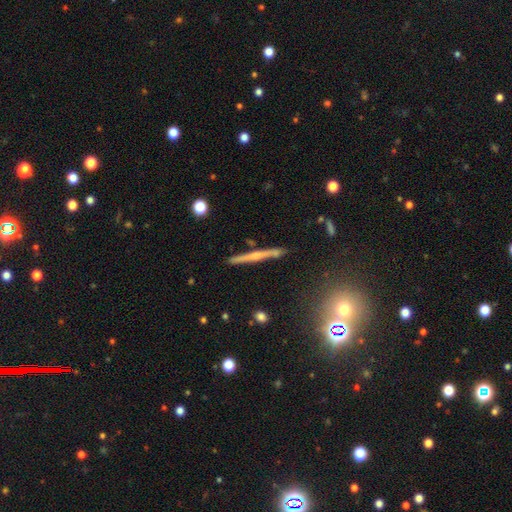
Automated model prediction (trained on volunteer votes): Q: Smooth or featured?
A: featured or disk (59%); runner-up: smooth (31%)
Q: Edge-on disk?
A: yes (97%); runner-up: no (3%)
Q: Edge-on bulge?
A: rounded (48%); runner-up: none (43%)
Q: Merging?
A: none (87%); runner-up: minor disturbance (9%)